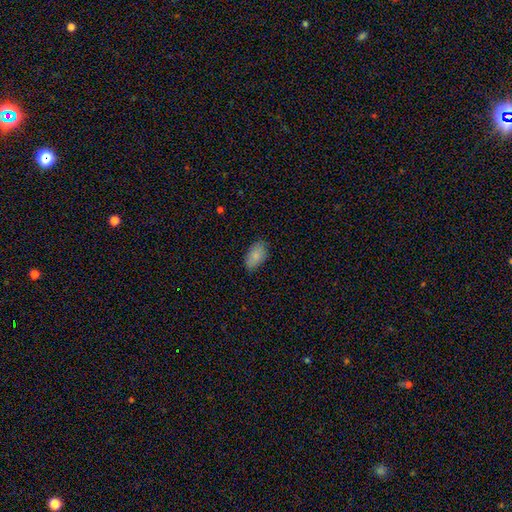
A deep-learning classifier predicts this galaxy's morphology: Q: Smooth or featured?
A: smooth (84%); runner-up: featured or disk (8%)
Q: How rounded?
A: in between (92%); runner-up: round (5%)
Q: Merging?
A: none (82%); runner-up: minor disturbance (14%)